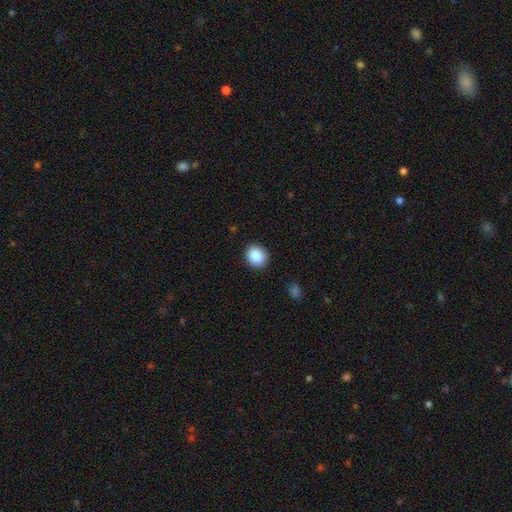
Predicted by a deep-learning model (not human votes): Morphology: type=smooth (87%); roundness=round (70%); merging=none (88%).